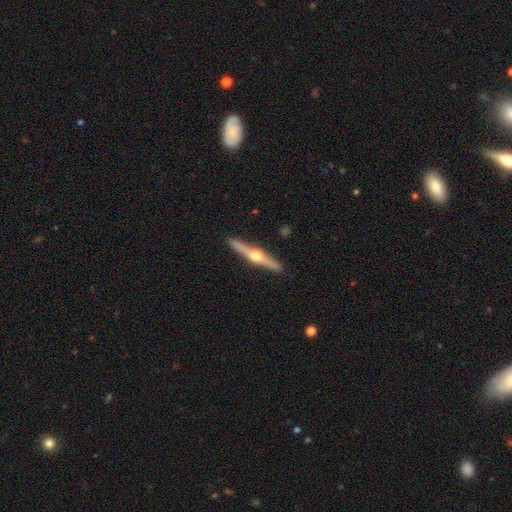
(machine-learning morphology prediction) This appears to be a featured or disk galaxy (77%) viewed edge-on (98%) with a rounded central bulge (96%). Merging: none (91%).